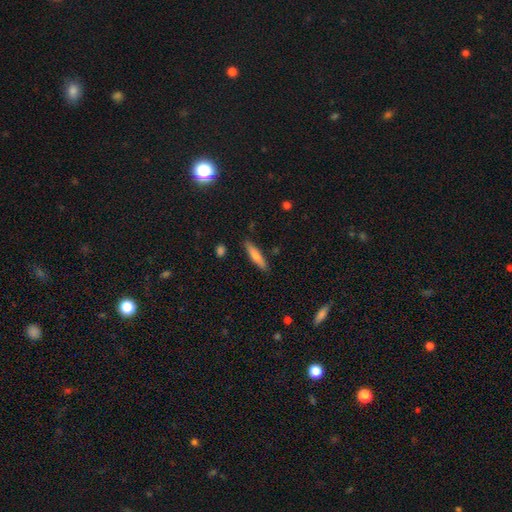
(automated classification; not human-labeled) Smooth or featured? smooth (73%)
How rounded? cigar-shaped (84%)
Merging? none (87%)